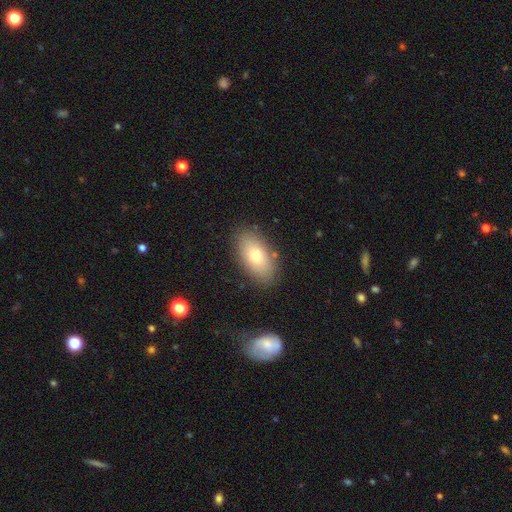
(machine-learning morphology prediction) Smooth or featured? smooth (74%)
How rounded? in between (93%)
Merging? none (83%)